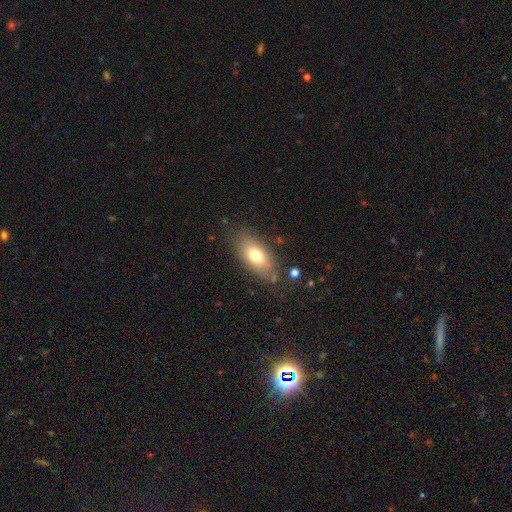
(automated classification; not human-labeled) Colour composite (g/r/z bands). It shows a smooth galaxy with no disk features (71%) that is in between round and cigar-shaped (86%). Merging: none (77%).